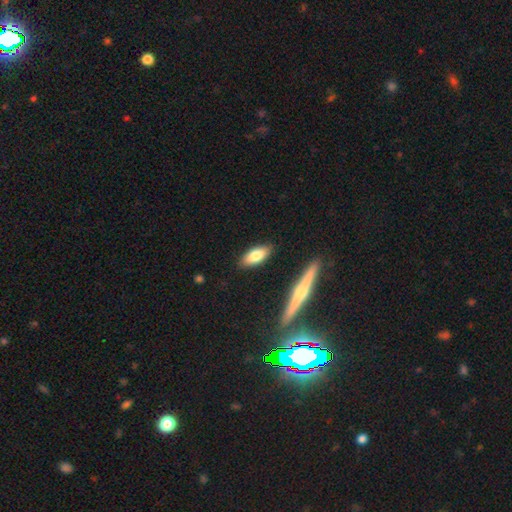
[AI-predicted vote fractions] Smooth or featured? smooth (76%)
How rounded? in between (78%)
Merging? none (87%)